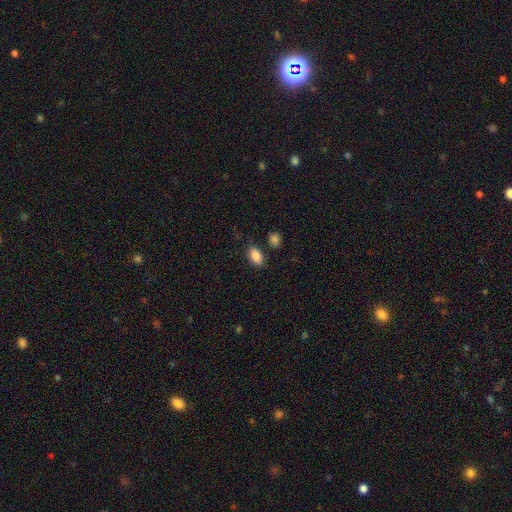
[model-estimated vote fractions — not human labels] Smooth or featured? Predicted: smooth (p=0.88). How rounded? Predicted: in between (p=0.90). Merging? Predicted: none (p=0.80).